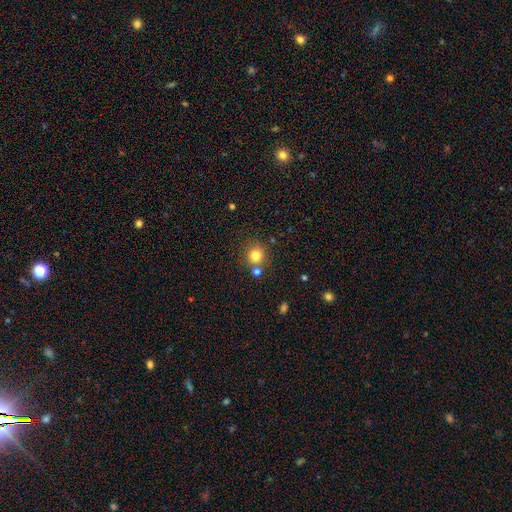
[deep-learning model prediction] Smooth or featured? Predicted: smooth (p=0.80). How rounded? Predicted: round (p=0.91). Merging? Predicted: none (p=0.73).